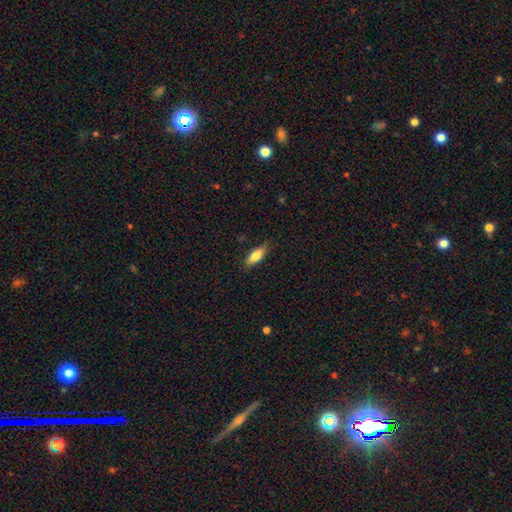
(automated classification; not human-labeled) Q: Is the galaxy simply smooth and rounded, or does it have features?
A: smooth — 76%.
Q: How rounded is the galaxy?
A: in between — 61%.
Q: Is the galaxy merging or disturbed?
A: none — 83%.